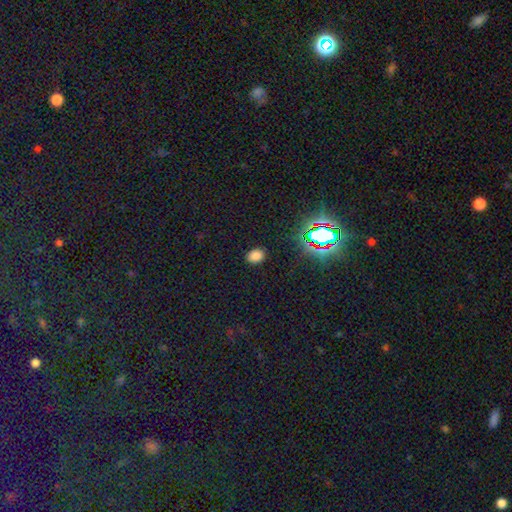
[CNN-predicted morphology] This appears to be a smooth galaxy with no disk features (77%) that is in between round and cigar-shaped (70%). Merging: none (88%).